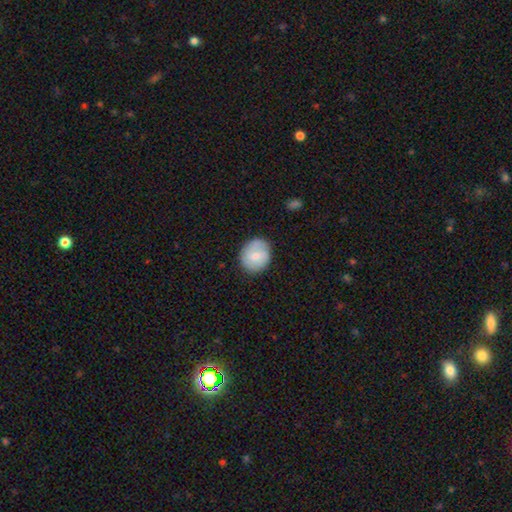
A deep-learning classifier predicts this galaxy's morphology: Overall: smooth (60%; featured or disk 34%). How rounded: round (72%). Merging: none (79%).